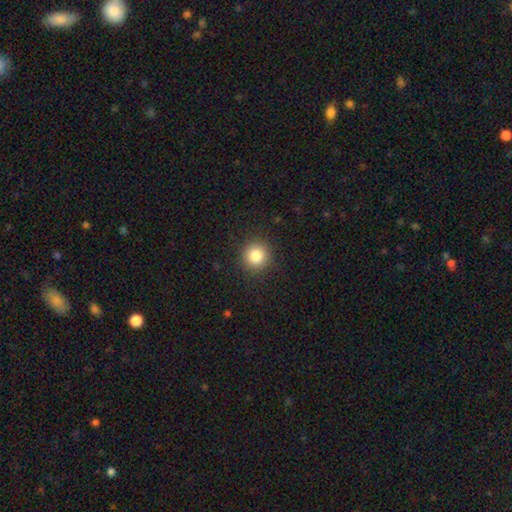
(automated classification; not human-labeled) Morphology: type=smooth (83%); roundness=round (94%); merging=none (91%).